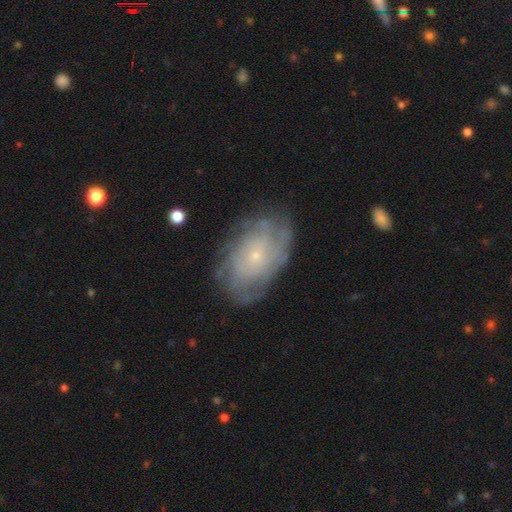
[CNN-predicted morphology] type=featured or disk (72%); edge-on=no (95%); bar=no (82%); spiral arms=yes (85%); winding=tight (62%); arm count=can't tell (54%); bulge=small (84%); merging=none (74%).